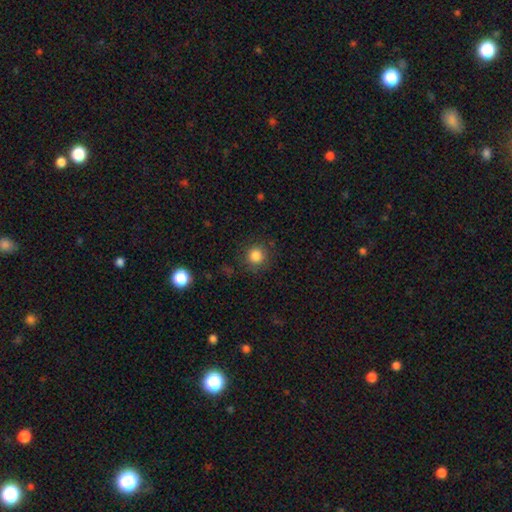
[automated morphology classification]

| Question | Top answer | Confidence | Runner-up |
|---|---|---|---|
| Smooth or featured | smooth | 84% | star or artifact (12%) |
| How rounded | round | 92% | in between (7%) |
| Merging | none | 85% | minor disturbance (10%) |